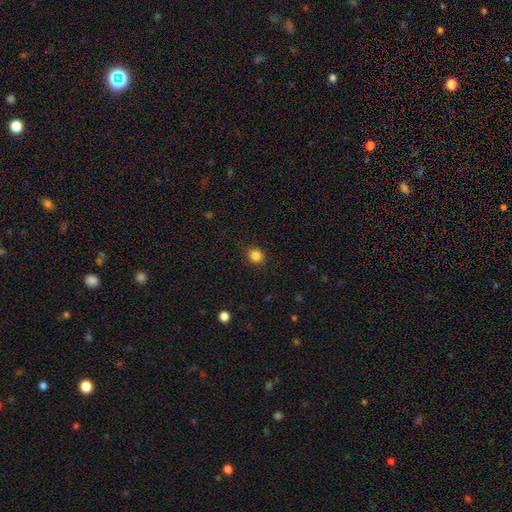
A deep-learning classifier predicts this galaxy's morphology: Q: Smooth or featured?
A: smooth (85%); runner-up: star or artifact (11%)
Q: How rounded?
A: round (80%); runner-up: in between (19%)
Q: Merging?
A: none (90%); runner-up: minor disturbance (7%)